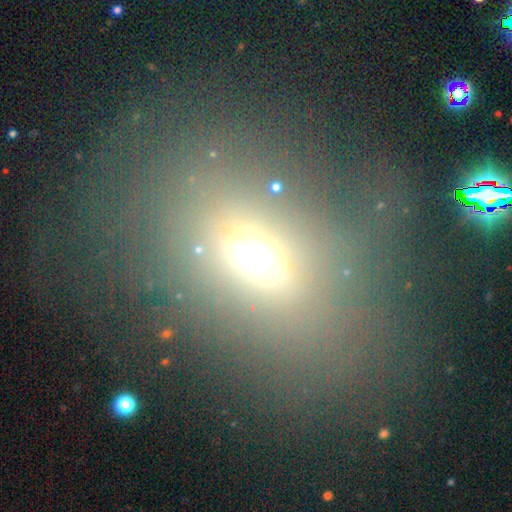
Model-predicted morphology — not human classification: The model was most divided on "smooth or featured": smooth: 59%, star or artifact: 23%, featured or disk: 18%. More confident: how rounded — in between (68%); merging — none (67%).